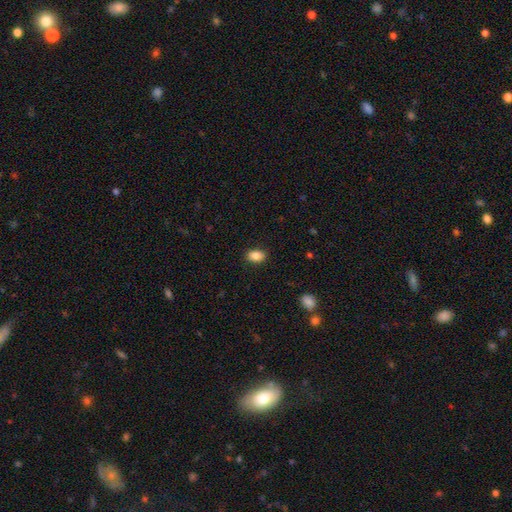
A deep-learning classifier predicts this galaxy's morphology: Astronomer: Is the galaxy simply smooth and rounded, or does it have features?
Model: smooth — 87%.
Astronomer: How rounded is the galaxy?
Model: in between — 85%.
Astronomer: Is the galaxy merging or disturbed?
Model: none — 88%.